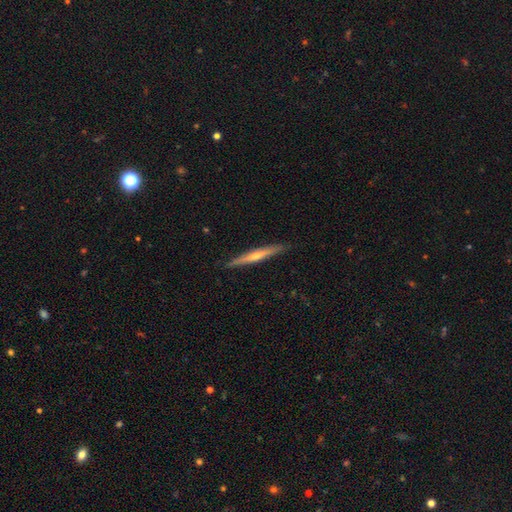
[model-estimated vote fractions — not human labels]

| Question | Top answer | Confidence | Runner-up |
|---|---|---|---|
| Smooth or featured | featured or disk | 66% | smooth (28%) |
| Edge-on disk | yes | 97% | no (3%) |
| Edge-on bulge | rounded | 76% | none (20%) |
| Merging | none | 90% | minor disturbance (7%) |